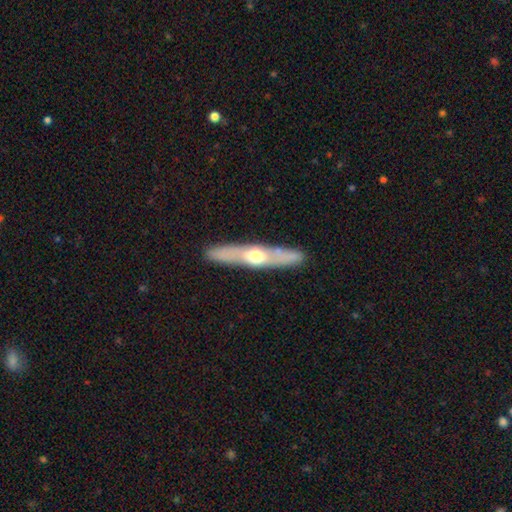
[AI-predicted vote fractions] featured or disk 55%, smooth 40%, star or artifact 5%. Down the decision tree: edge-on disk — yes (80%); merging — none (87%).